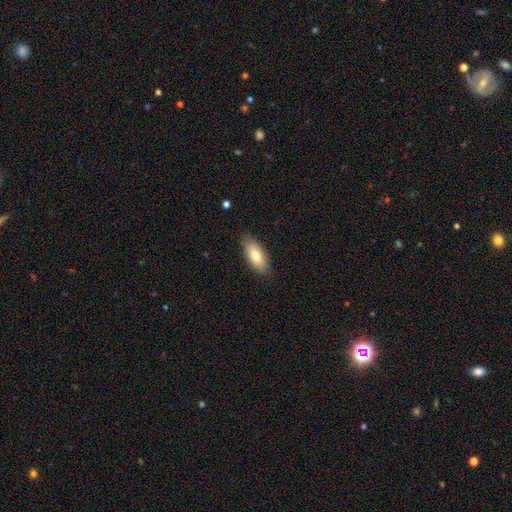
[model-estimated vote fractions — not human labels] Smooth or featured?
  - smooth: 76% *
  - featured or disk: 18%
  - star or artifact: 6%
How rounded?
  - in between: 82% *
  - cigar-shaped: 16%
  - round: 2%
Merging?
  - none: 86% *
  - minor disturbance: 11%
  - major disturbance: 2%
  - merger: 1%